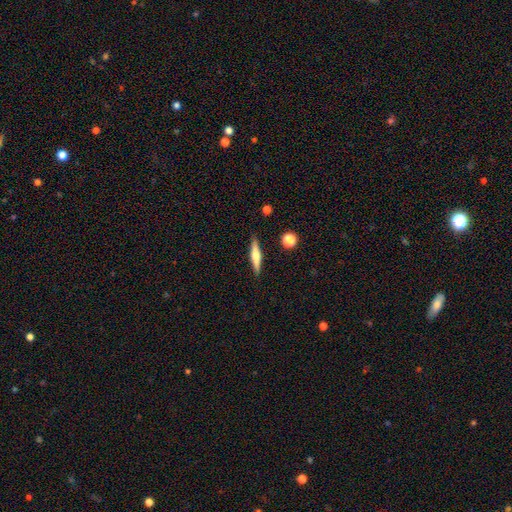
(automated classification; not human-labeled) Overall: featured or disk (51%; smooth 43%). Edge-on disk: yes (96%). Merging: none (89%).